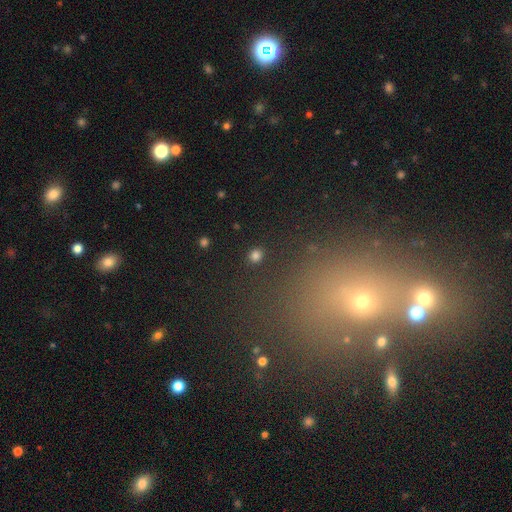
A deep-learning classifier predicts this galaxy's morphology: Smooth or featured? smooth (81%)
How rounded? round (79%)
Merging? none (90%)